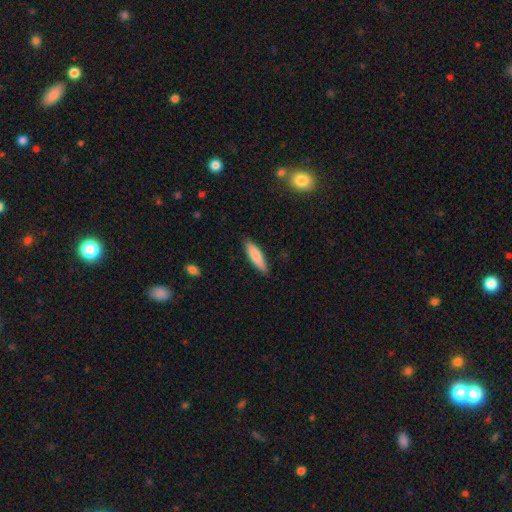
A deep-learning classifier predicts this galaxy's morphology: Smooth or featured? Predicted: smooth (p=0.83). How rounded? Predicted: cigar-shaped (p=0.68). Merging? Predicted: none (p=0.87).